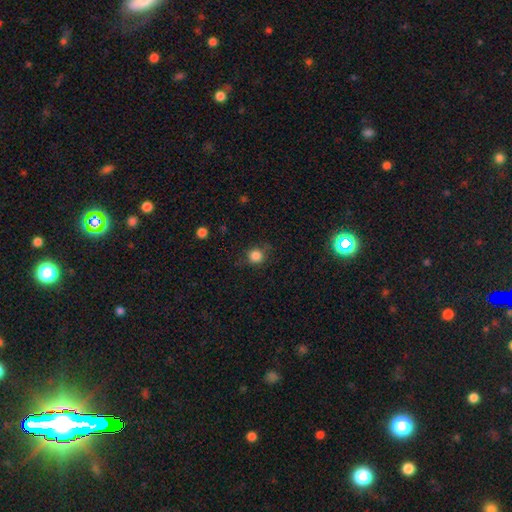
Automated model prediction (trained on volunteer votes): smooth-or-featured: smooth: 83% | star or artifact: 12% | featured or disk: 5%
  how-rounded: round: 89% | in between: 10% | cigar-shaped: 1%
  merging: none: 80% | minor disturbance: 14% | major disturbance: 5% | merger: 1%